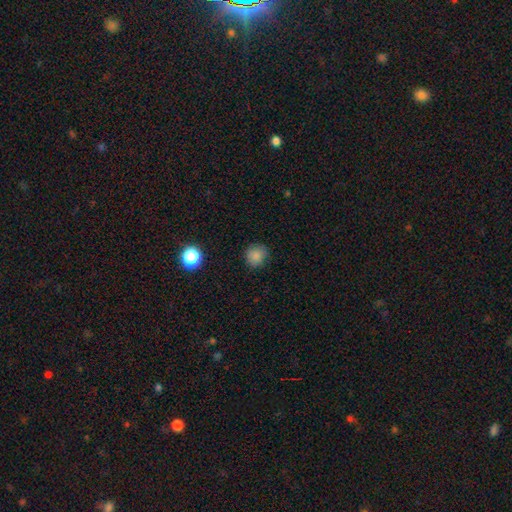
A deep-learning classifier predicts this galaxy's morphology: The model was most divided on "smooth or featured": smooth: 82%, star or artifact: 12%, featured or disk: 5%. More confident: how rounded — round (87%); merging — none (85%).